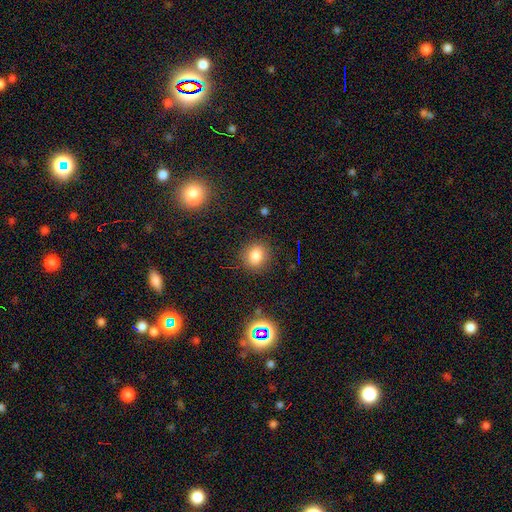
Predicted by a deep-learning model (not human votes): Smooth or featured? smooth (81%)
How rounded? round (70%)
Merging? none (86%)